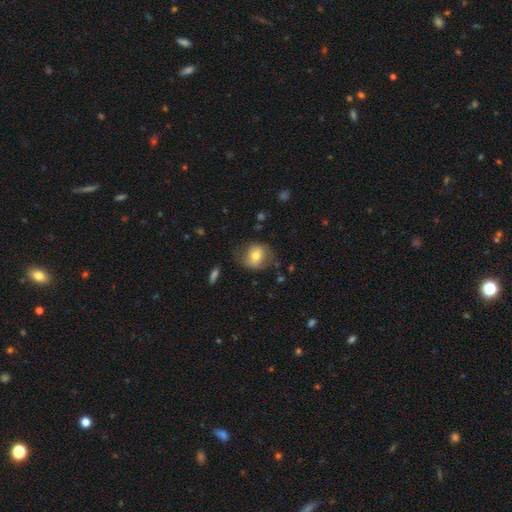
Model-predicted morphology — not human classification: Q: Smooth or featured?
A: smooth (67%); runner-up: featured or disk (25%)
Q: How rounded?
A: round (65%); runner-up: in between (34%)
Q: Merging?
A: none (68%); runner-up: minor disturbance (21%)